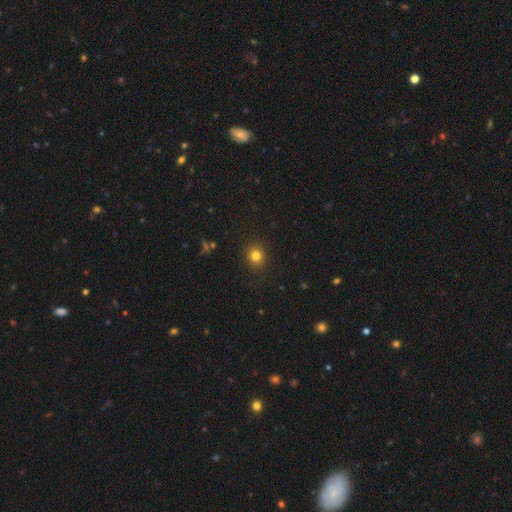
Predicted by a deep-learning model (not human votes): smooth-or-featured: smooth: 81% | star or artifact: 13% | featured or disk: 6%
  how-rounded: round: 85% | in between: 14% | cigar-shaped: 1%
  merging: none: 91% | minor disturbance: 6% | major disturbance: 2% | merger: 1%